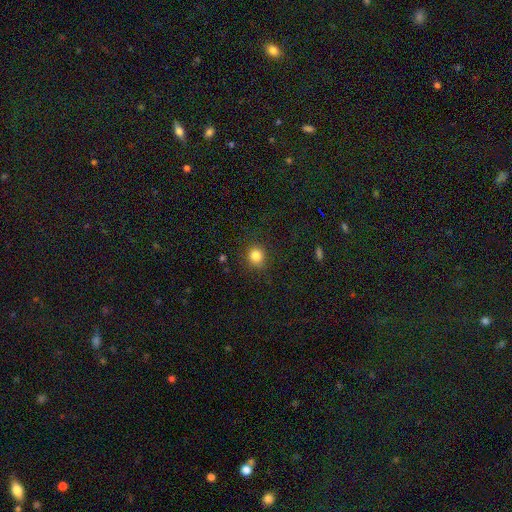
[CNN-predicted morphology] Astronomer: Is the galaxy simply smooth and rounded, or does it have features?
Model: smooth — 83%.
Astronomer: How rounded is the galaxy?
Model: round — 89%.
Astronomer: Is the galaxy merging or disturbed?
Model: none — 87%.